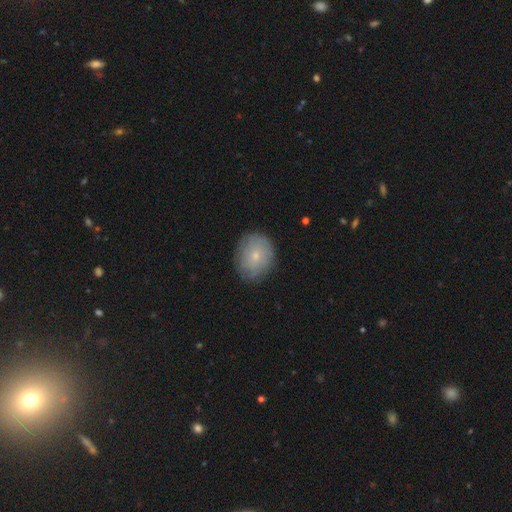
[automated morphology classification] smooth_or_featured: smooth (p=0.67) [alt: featured or disk p=0.25]
how_rounded: in between (p=0.50) [alt: round p=0.49]
merging: none (p=0.80) [alt: minor disturbance p=0.15]